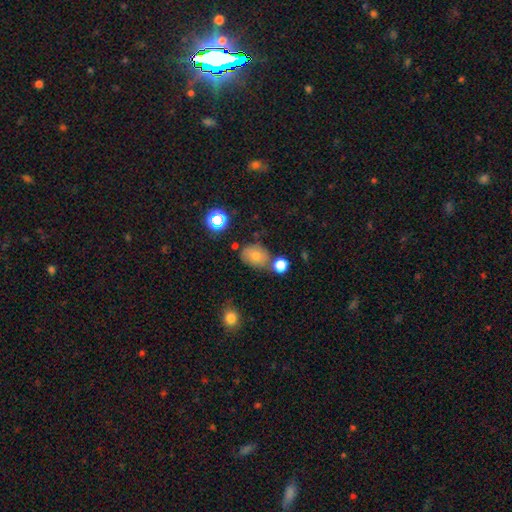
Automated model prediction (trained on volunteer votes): This appears to be a smooth galaxy with no disk features (67%) that is in between round and cigar-shaped (60%). Merging: none (68%).